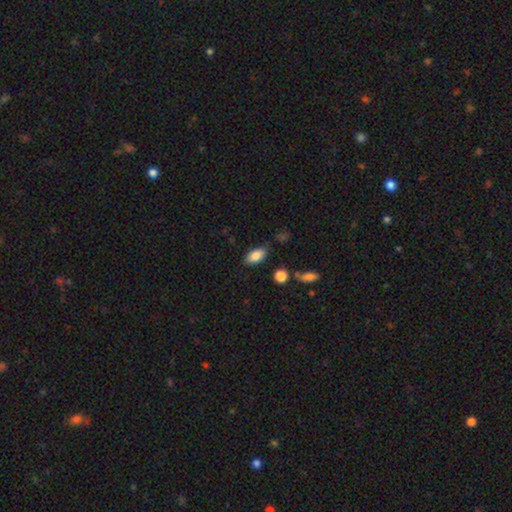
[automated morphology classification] Q: Smooth or featured?
A: smooth (84%); runner-up: featured or disk (9%)
Q: How rounded?
A: in between (90%); runner-up: cigar-shaped (6%)
Q: Merging?
A: none (79%); runner-up: minor disturbance (14%)